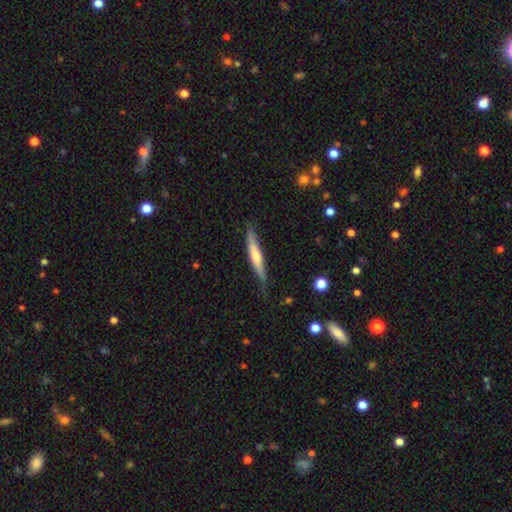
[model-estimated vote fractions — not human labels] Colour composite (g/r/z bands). It shows a featured or disk galaxy (50%). Merging: none (75%).